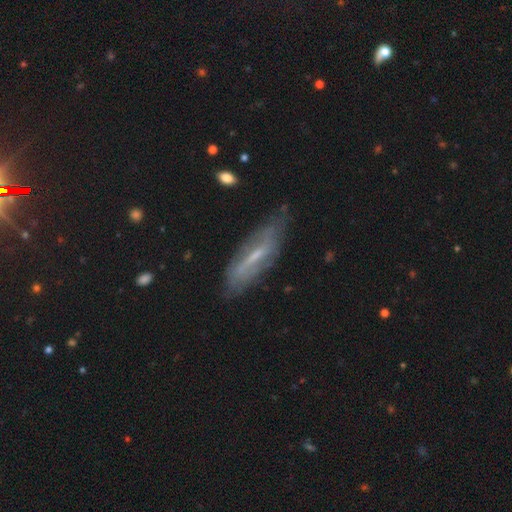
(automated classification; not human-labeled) This appears to be a featured or disk galaxy (63%). Merging: none (67%).